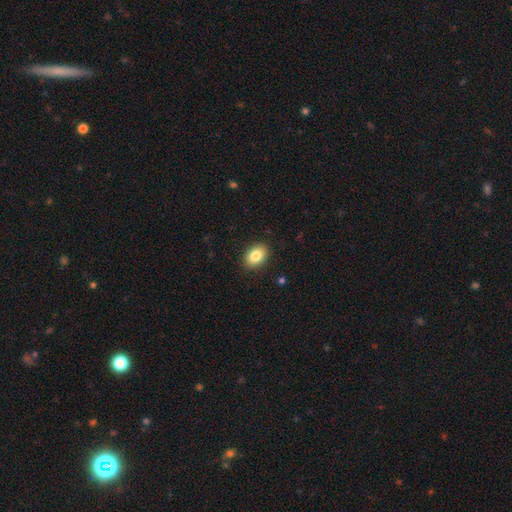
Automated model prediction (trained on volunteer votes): Smooth or featured?
  - smooth: 85% *
  - star or artifact: 8%
  - featured or disk: 7%
How rounded?
  - in between: 85% *
  - round: 14%
  - cigar-shaped: 1%
Merging?
  - none: 89% *
  - minor disturbance: 8%
  - major disturbance: 2%
  - merger: 1%